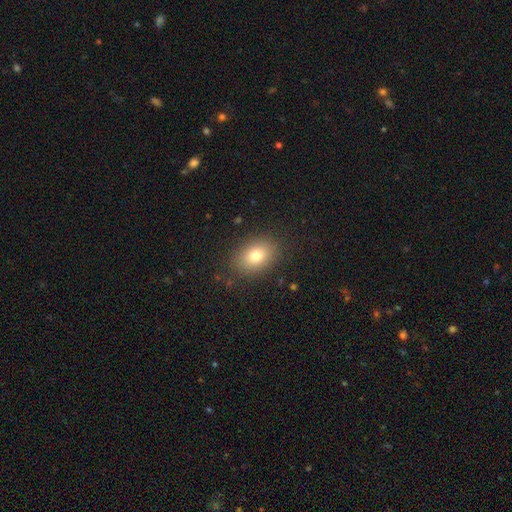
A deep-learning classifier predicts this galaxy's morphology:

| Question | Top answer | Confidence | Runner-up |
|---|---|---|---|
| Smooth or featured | smooth | 78% | featured or disk (12%) |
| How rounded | in between | 76% | round (23%) |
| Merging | none | 86% | minor disturbance (9%) |